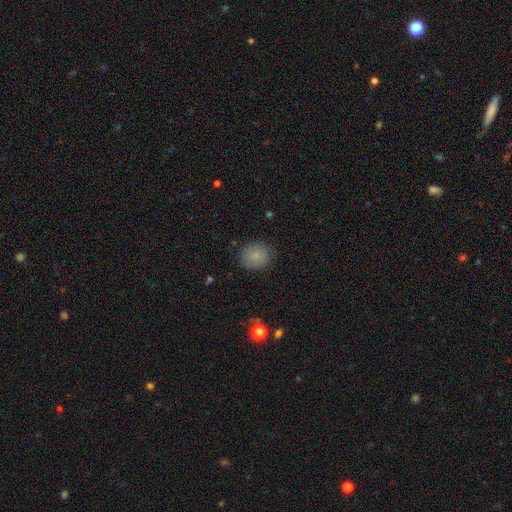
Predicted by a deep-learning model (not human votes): A smooth galaxy with no disk features (82%) that is round (72%).

Vote fractions:
- Smooth or featured? smooth: 82% / star or artifact: 10% / featured or disk: 8%
- How rounded? round: 72% / in between: 27% / cigar-shaped: 1%
- Merging? none: 83% / minor disturbance: 13% / major disturbance: 3% / merger: 1%